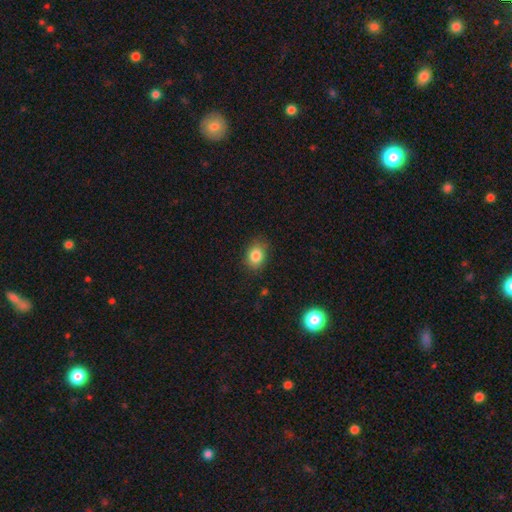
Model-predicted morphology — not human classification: This is clearly a smooth galaxy (84%). How rounded: likely in between (61%). Merging: likely none (78%).